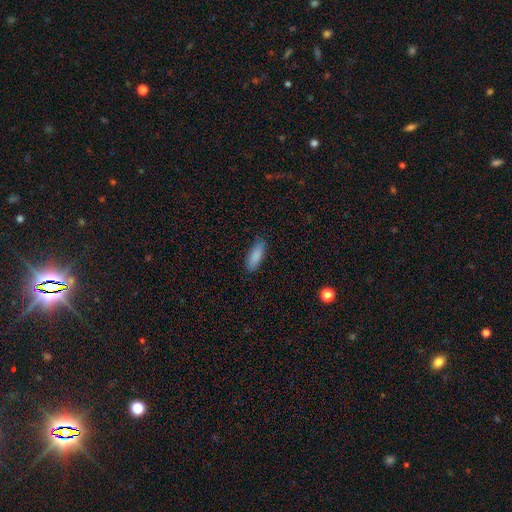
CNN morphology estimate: Smooth or featured? Predicted: smooth (p=0.88). How rounded? Predicted: in between (p=0.62). Merging? Predicted: none (p=0.84).